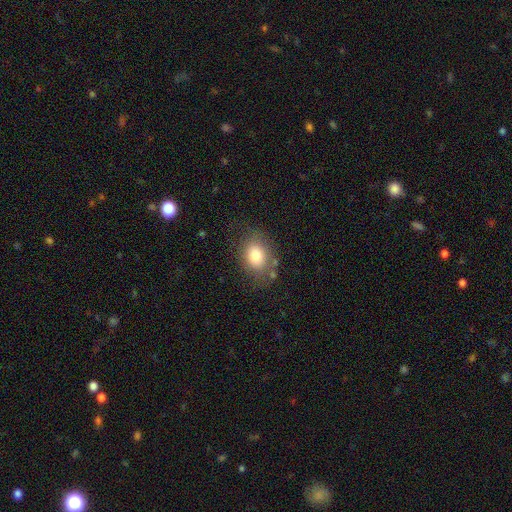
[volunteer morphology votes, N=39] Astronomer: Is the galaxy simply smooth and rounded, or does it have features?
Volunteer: smooth — 79%.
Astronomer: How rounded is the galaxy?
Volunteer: in between — 81%.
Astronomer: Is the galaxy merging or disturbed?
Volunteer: none — 49% (runner-up: minor disturbance, 34%).